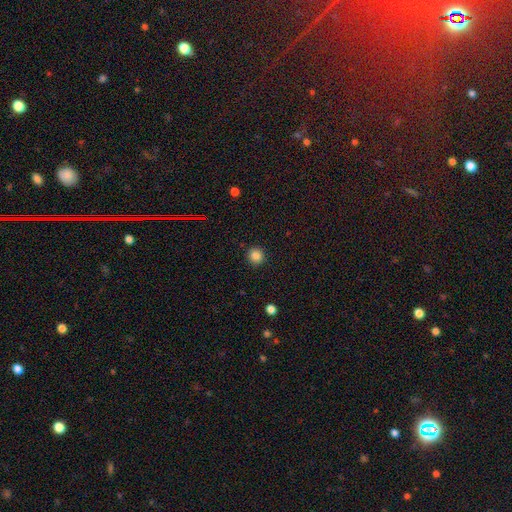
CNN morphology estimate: This is clearly a smooth galaxy (84%). How rounded: clearly round (94%). Merging: clearly none (92%).